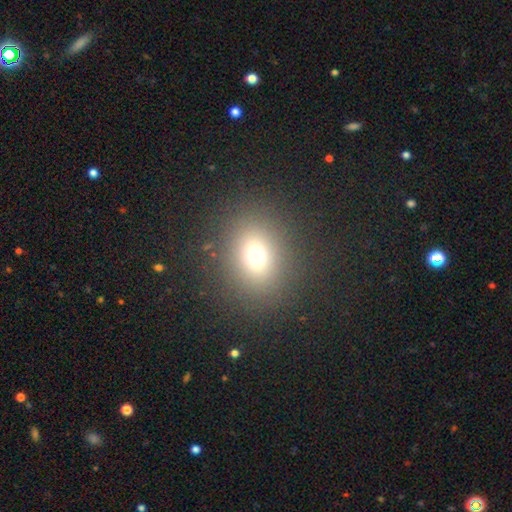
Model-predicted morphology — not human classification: Q: Smooth or featured?
A: smooth (71%); runner-up: star or artifact (18%)
Q: How rounded?
A: round (60%); runner-up: in between (39%)
Q: Merging?
A: none (86%); runner-up: minor disturbance (8%)